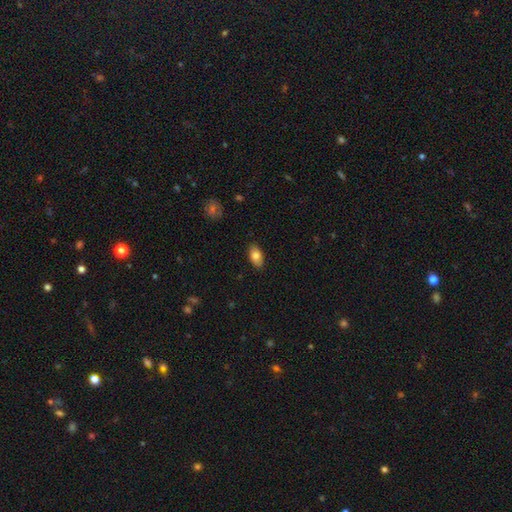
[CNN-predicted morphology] type=smooth (82%); roundness=in between (93%); merging=none (87%).